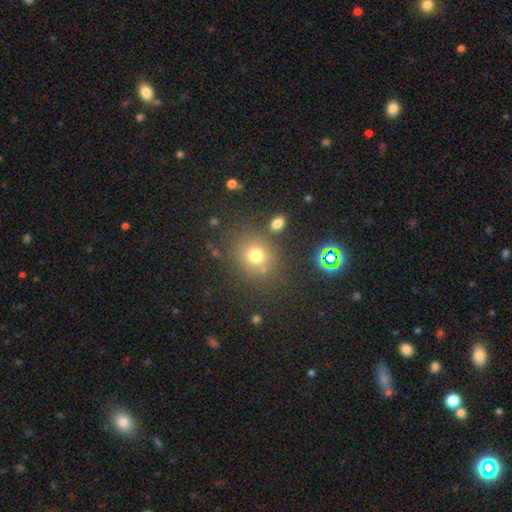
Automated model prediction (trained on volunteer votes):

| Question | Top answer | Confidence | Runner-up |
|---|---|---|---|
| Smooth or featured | smooth | 72% | star or artifact (19%) |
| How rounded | round | 76% | in between (23%) |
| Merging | none | 76% | minor disturbance (11%) |